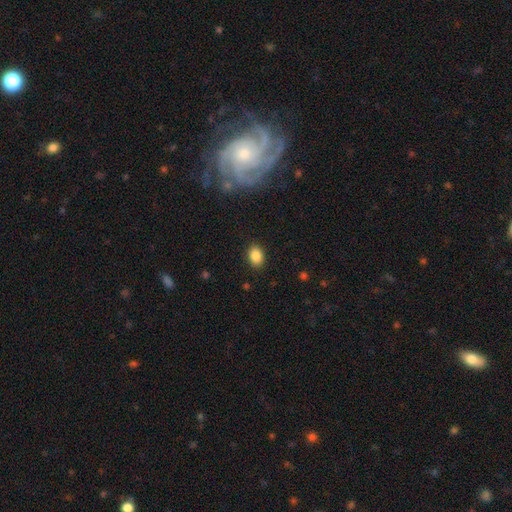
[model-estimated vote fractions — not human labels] A smooth galaxy with no disk features (87%) that is in between round and cigar-shaped (78%).

Vote fractions:
- Smooth or featured? smooth: 87% / star or artifact: 8% / featured or disk: 5%
- How rounded? in between: 78% / round: 21% / cigar-shaped: 1%
- Merging? none: 88% / minor disturbance: 9% / major disturbance: 2% / merger: 1%